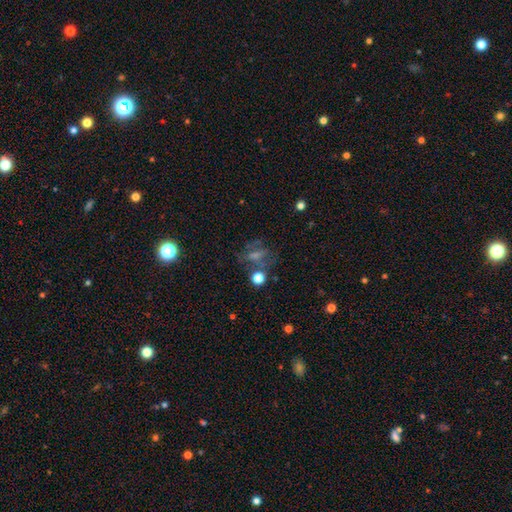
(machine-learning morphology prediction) A featured or disk galaxy (37%).

Vote fractions:
- Smooth or featured? featured or disk: 37% / star or artifact: 34% / smooth: 29%
- Merging? none: 62% / minor disturbance: 16% / major disturbance: 14% / merger: 8%